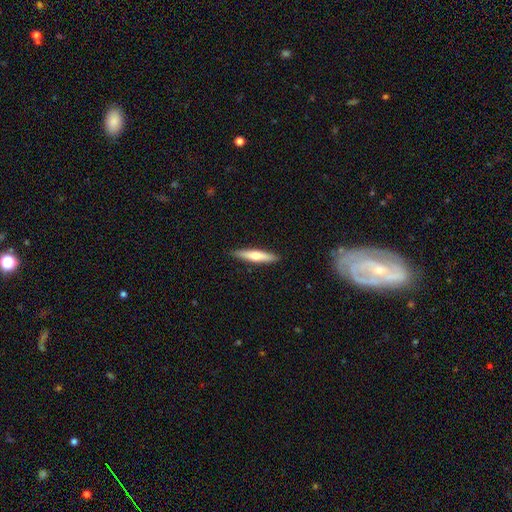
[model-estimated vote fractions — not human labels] smooth 57%, featured or disk 37%, star or artifact 5%. Down the decision tree: how rounded — cigar-shaped (87%); merging — none (89%).